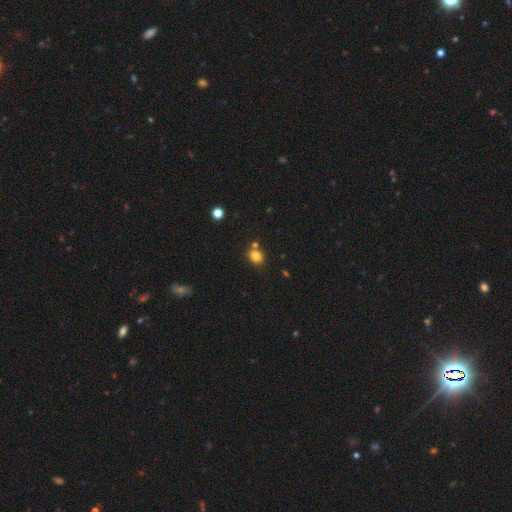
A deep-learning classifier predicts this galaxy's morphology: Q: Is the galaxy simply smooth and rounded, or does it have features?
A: smooth — 81%.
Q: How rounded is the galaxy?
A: round — 69%.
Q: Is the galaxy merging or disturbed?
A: none — 72%.